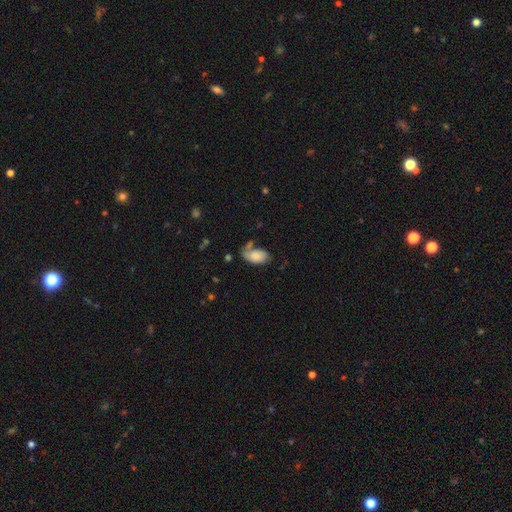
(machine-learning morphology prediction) A smooth galaxy with no disk features (75%) that is in between round and cigar-shaped (94%). Merging: none (43%).